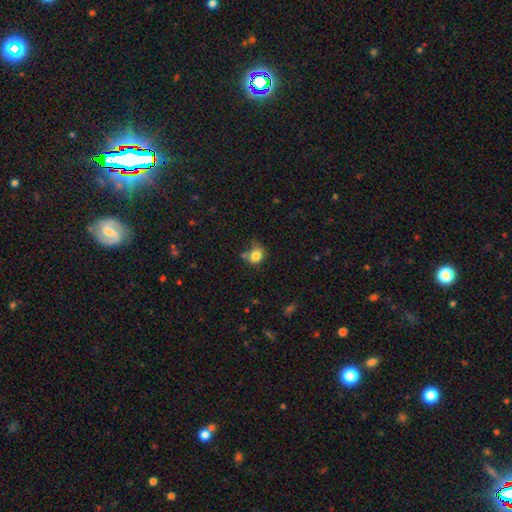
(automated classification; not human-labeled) A smooth galaxy with no disk features (81%) that is round (62%).

Vote fractions:
- Smooth or featured? smooth: 81% / star or artifact: 11% / featured or disk: 8%
- How rounded? round: 62% / in between: 37% / cigar-shaped: 1%
- Merging? none: 46% / minor disturbance: 28% / merger: 16% / major disturbance: 10%